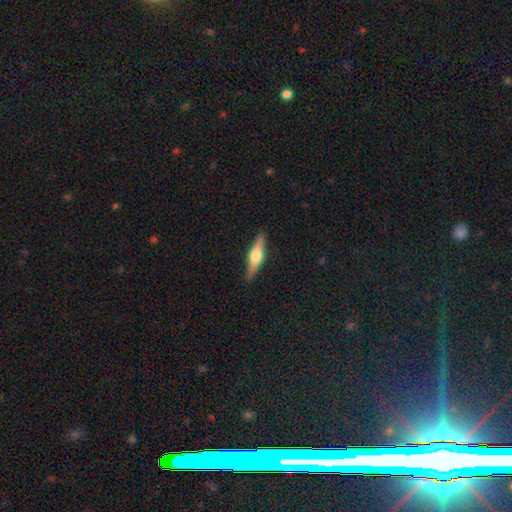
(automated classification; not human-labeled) Morphology: type=featured or disk (56%); edge-on=yes (95%); edge-on bulge=rounded (92%); merging=none (89%).